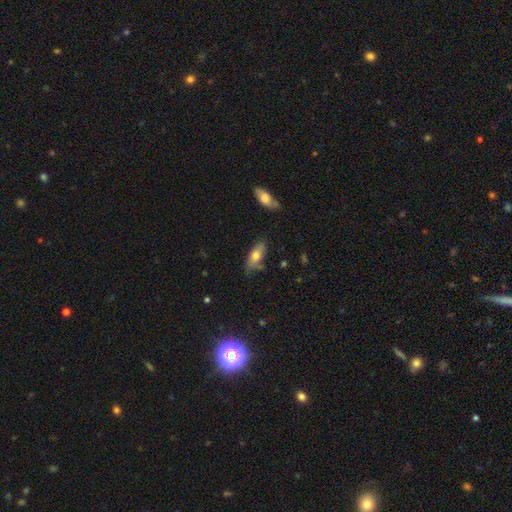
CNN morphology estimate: Smooth or featured?
  - smooth: 69% *
  - featured or disk: 24%
  - star or artifact: 7%
How rounded?
  - in between: 74% *
  - cigar-shaped: 24%
  - round: 3%
Merging?
  - none: 72% *
  - minor disturbance: 21%
  - major disturbance: 4%
  - merger: 4%